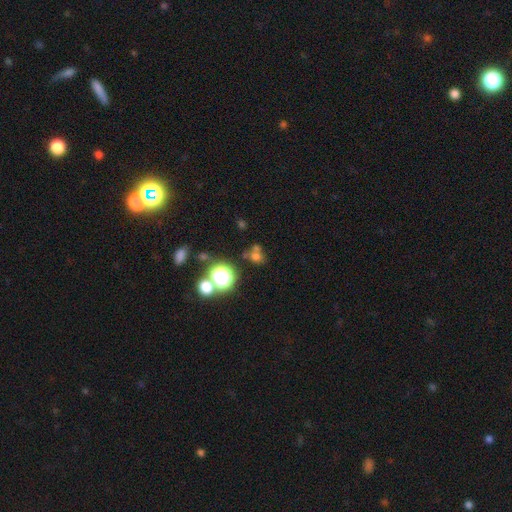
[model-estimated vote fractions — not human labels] Smooth or featured: smooth — 59% (star or artifact — 29%)
How rounded: round — 70% (in between — 28%)
Merging: none — 55% (merger — 26%)